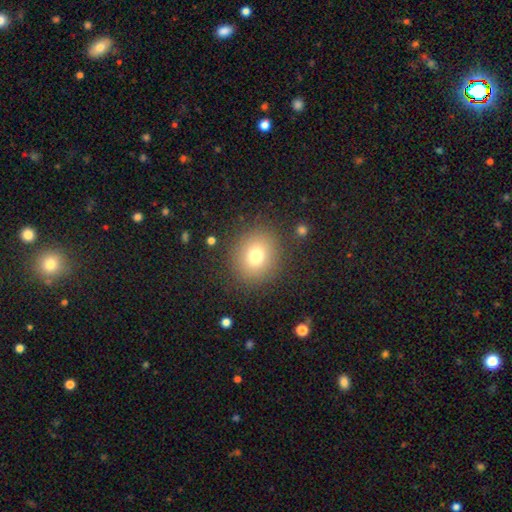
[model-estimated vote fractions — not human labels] smooth-or-featured: smooth: 75% | star or artifact: 14% | featured or disk: 12%
  how-rounded: round: 78% | in between: 21% | cigar-shaped: 1%
  merging: none: 86% | minor disturbance: 8% | major disturbance: 4% | merger: 2%